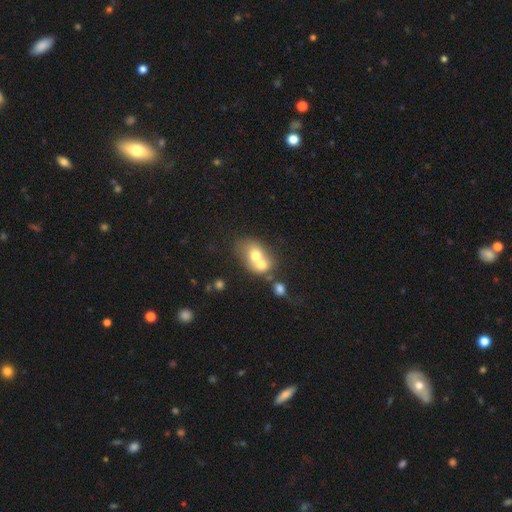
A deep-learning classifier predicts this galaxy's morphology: A smooth galaxy with no disk features (64%) that is in between round and cigar-shaped (50%).

Vote fractions:
- Smooth or featured? smooth: 64% / featured or disk: 26% / star or artifact: 10%
- How rounded? in between: 50% / round: 49% / cigar-shaped: 1%
- Merging? merger: 71% / none: 19% / minor disturbance: 6% / major disturbance: 4%